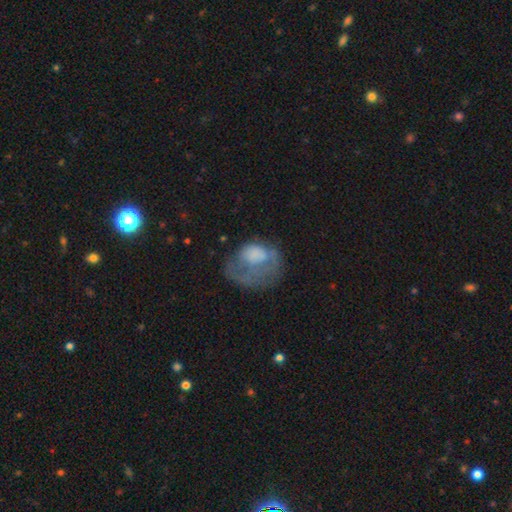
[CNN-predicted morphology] Overall: smooth (51%; featured or disk 40%). How rounded: in between (52%; round 46%). Merging: major disturbance (48%; none 27%).